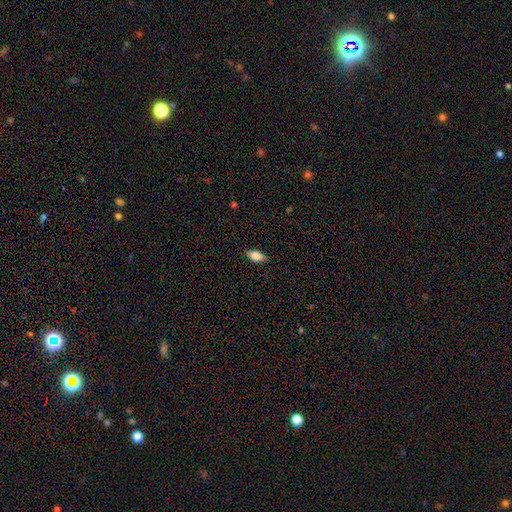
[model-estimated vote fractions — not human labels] A smooth galaxy with no disk features (80%) that is in between round and cigar-shaped (86%).

Vote fractions:
- Smooth or featured? smooth: 80% / featured or disk: 12% / star or artifact: 7%
- How rounded? in between: 86% / cigar-shaped: 12% / round: 3%
- Merging? none: 86% / minor disturbance: 11% / major disturbance: 2% / merger: 1%